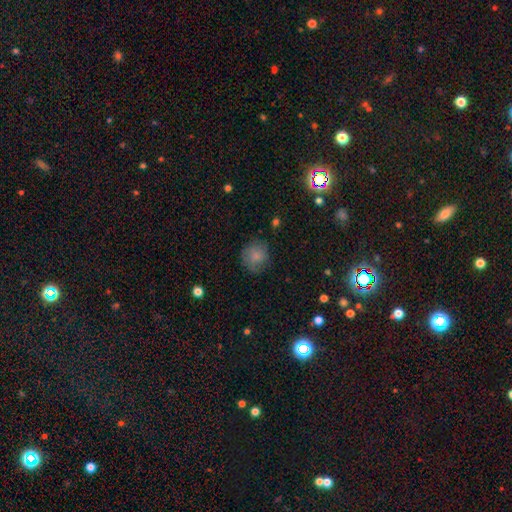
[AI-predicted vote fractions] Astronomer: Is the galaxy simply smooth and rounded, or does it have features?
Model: smooth — 79%.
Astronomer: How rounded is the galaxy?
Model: round — 85%.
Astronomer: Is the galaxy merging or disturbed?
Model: none — 70%.